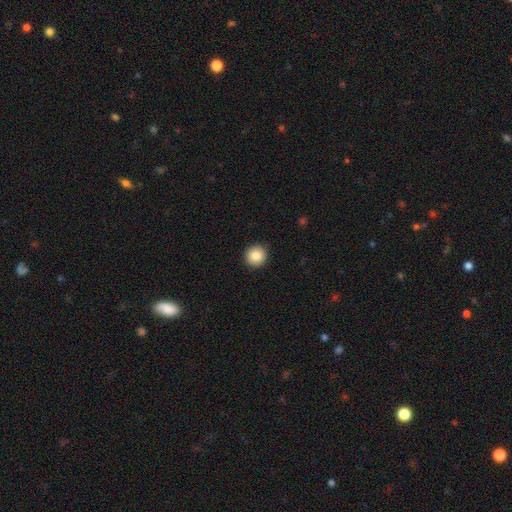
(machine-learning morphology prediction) A smooth galaxy with no disk features (85%) that is round (93%). Merging: none (92%).